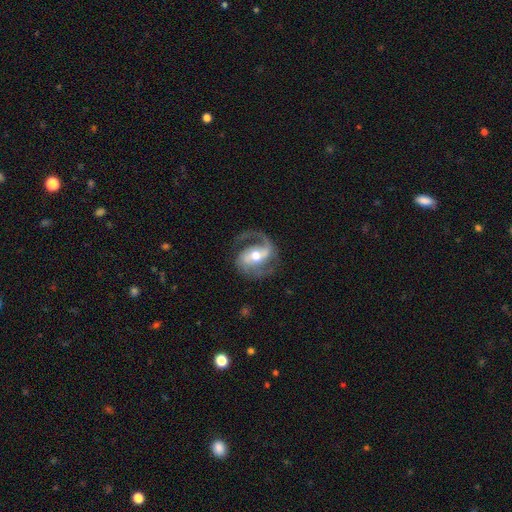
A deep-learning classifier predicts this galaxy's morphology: type=featured or disk (86%); edge-on=no (97%); bar=weak (40%); spiral arms=yes (95%); winding=medium (50%); arm count=2 (69%); bulge=moderate (72%); merging=none (63%).